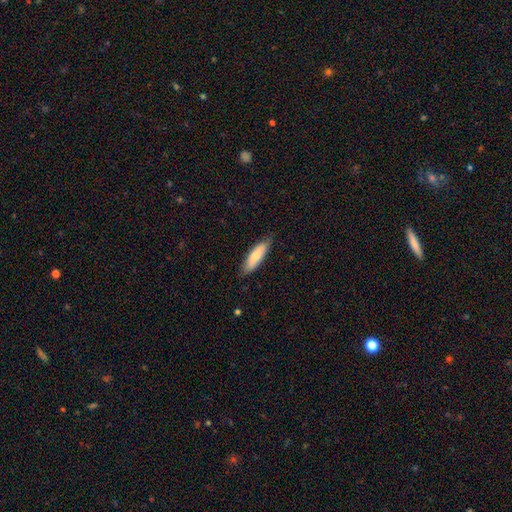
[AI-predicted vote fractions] smooth-or-featured: smooth: 79% | featured or disk: 16% | star or artifact: 5%
  how-rounded: cigar-shaped: 52% | in between: 46% | round: 1%
  merging: none: 77% | minor disturbance: 19% | major disturbance: 3% | merger: 1%